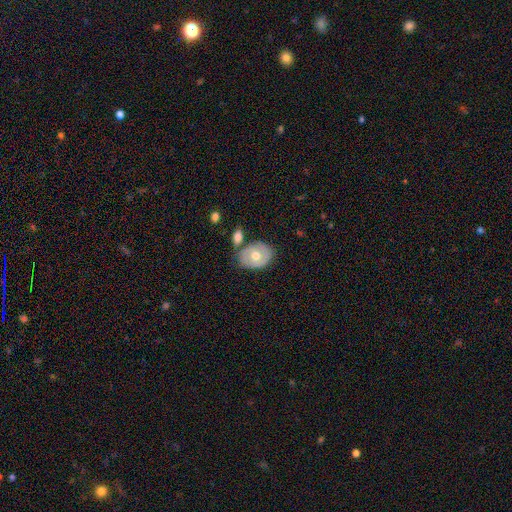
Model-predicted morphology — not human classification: smooth-or-featured: smooth: 50% | featured or disk: 44% | star or artifact: 6%
  how-rounded: in between: 69% | round: 30% | cigar-shaped: 1%
  merging: none: 63% | minor disturbance: 17% | merger: 14% | major disturbance: 5%